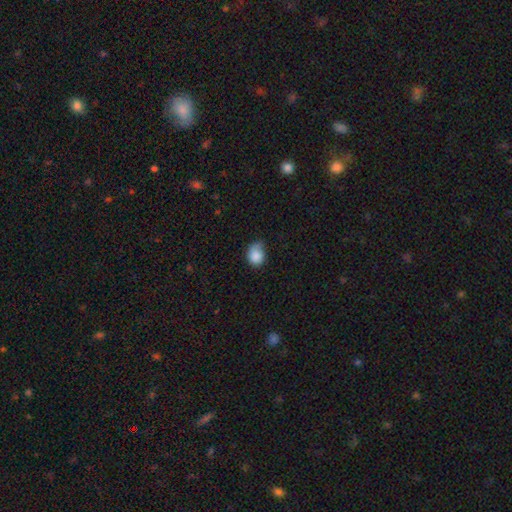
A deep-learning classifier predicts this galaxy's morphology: Smooth or featured?
  - smooth: 84% *
  - featured or disk: 8%
  - star or artifact: 8%
How rounded?
  - in between: 51% *
  - round: 48%
  - cigar-shaped: 1%
Merging?
  - minor disturbance: 42% *
  - none: 37%
  - major disturbance: 18%
  - merger: 3%